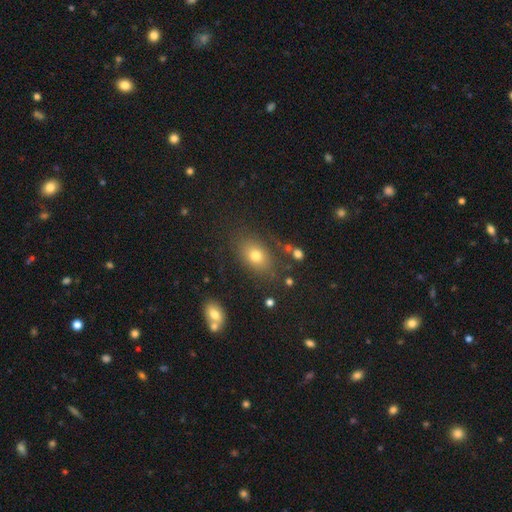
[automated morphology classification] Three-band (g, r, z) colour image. It shows a smooth galaxy with no disk features (72%) that is in between round and cigar-shaped (75%). Merging: none (77%).